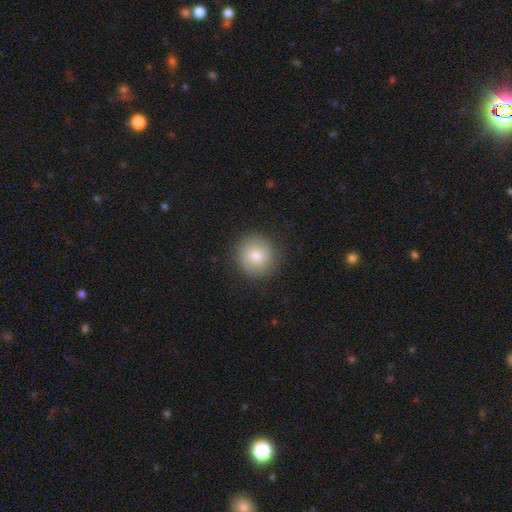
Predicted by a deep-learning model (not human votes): A smooth galaxy with no disk features (74%) that is round (90%). Merging: none (88%).